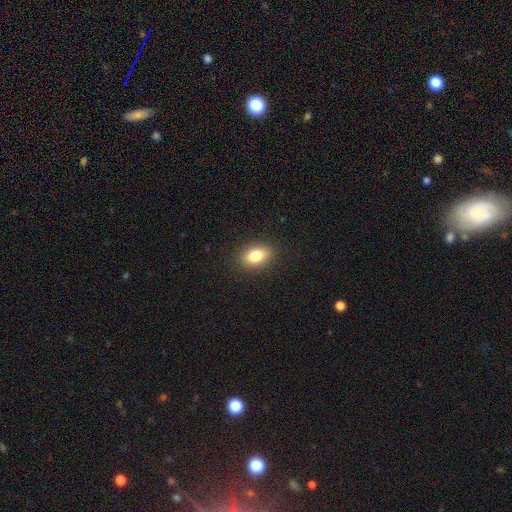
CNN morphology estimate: smooth 80%, featured or disk 11%, star or artifact 9%. Down the decision tree: how rounded — in between (82%); merging — none (88%).